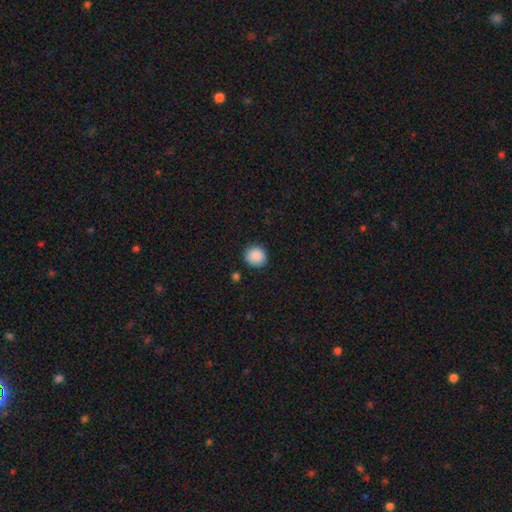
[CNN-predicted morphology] smooth 89%, star or artifact 8%, featured or disk 3%. Down the decision tree: how rounded — round (91%); merging — none (90%).